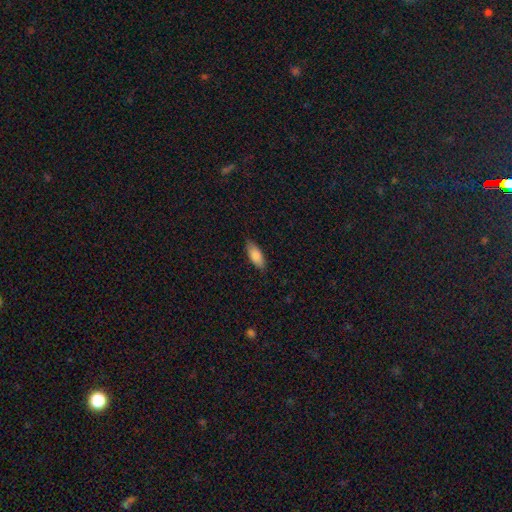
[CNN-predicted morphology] type=smooth (84%); roundness=in between (78%); merging=none (83%).